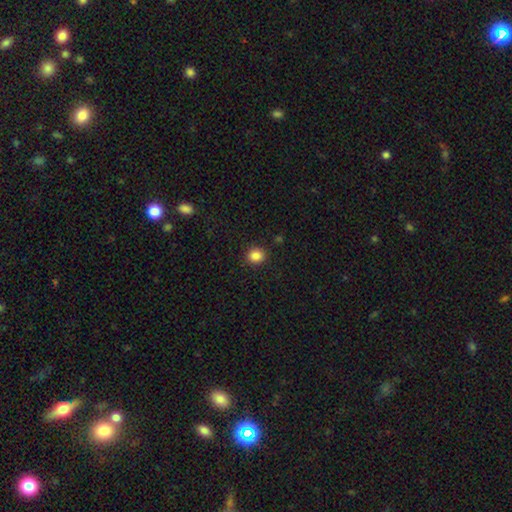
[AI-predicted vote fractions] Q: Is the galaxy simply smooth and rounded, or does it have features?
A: smooth — 86%.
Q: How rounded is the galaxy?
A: round — 81%.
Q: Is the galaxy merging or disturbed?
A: none — 90%.